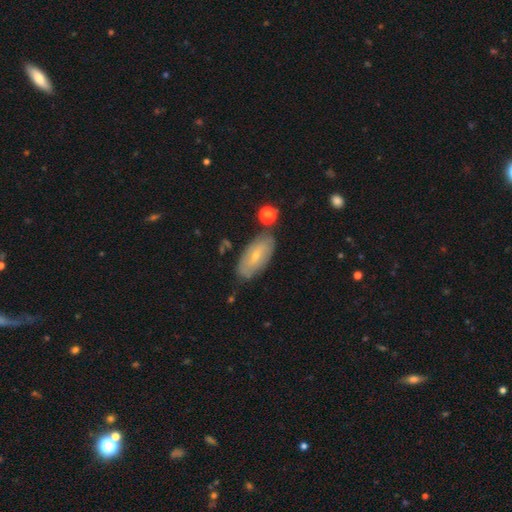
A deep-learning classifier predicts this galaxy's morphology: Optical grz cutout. It shows a smooth galaxy with no disk features (51%) that is in between round and cigar-shaped (87%). Merging: none (75%).